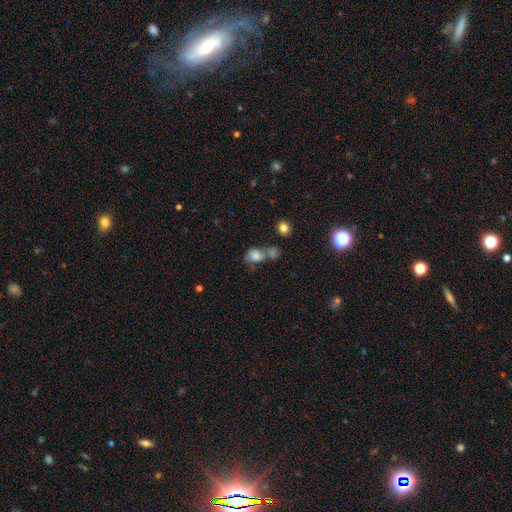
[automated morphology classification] A smooth galaxy with no disk features (68%) that is round (51%).

Vote fractions:
- Smooth or featured? smooth: 68% / featured or disk: 20% / star or artifact: 12%
- How rounded? round: 51% / in between: 47% / cigar-shaped: 2%
- Merging? merger: 44% / none: 27% / minor disturbance: 16% / major disturbance: 13%